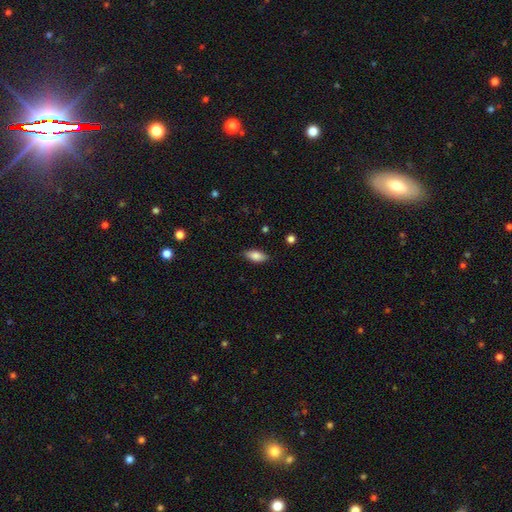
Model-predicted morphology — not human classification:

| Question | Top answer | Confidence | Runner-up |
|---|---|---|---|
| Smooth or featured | smooth | 81% | featured or disk (12%) |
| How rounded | in between | 84% | cigar-shaped (13%) |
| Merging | none | 86% | minor disturbance (11%) |